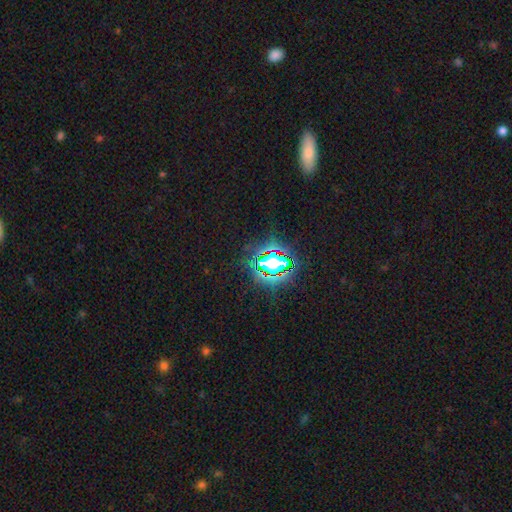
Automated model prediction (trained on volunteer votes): The model was most divided on "smooth or featured": star or artifact: 77%, smooth: 15%, featured or disk: 8%.